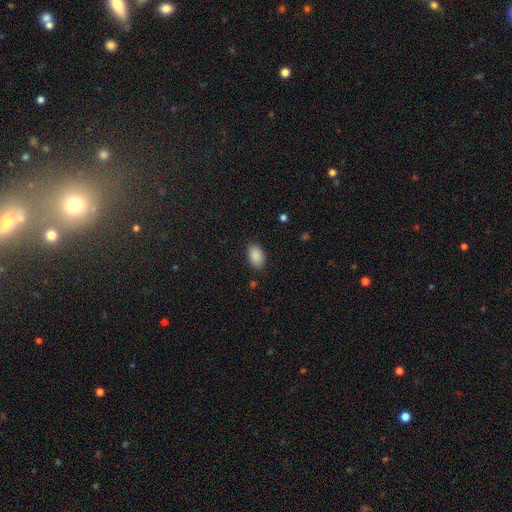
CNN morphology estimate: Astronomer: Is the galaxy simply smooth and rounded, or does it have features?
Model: smooth — 89%.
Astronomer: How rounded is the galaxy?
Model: in between — 91%.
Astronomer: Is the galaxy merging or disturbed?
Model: none — 86%.